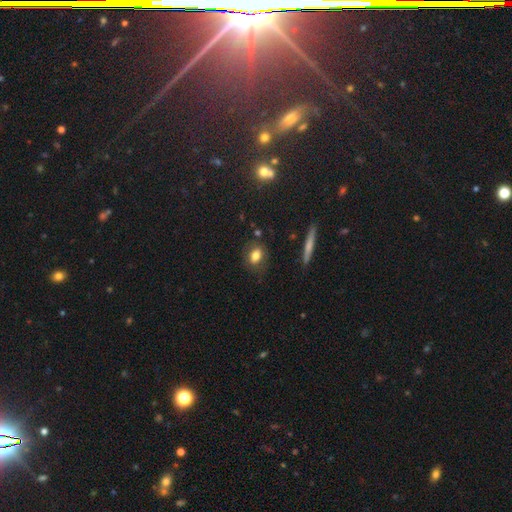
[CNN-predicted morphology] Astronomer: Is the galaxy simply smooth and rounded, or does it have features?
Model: smooth — 76%.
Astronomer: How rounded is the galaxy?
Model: in between — 65%.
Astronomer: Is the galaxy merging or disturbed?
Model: none — 77%.